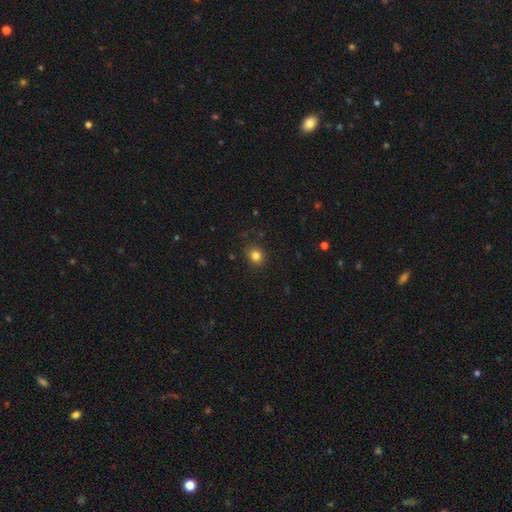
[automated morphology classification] Overall: smooth (82%). How rounded: round (76%). Merging: none (86%).